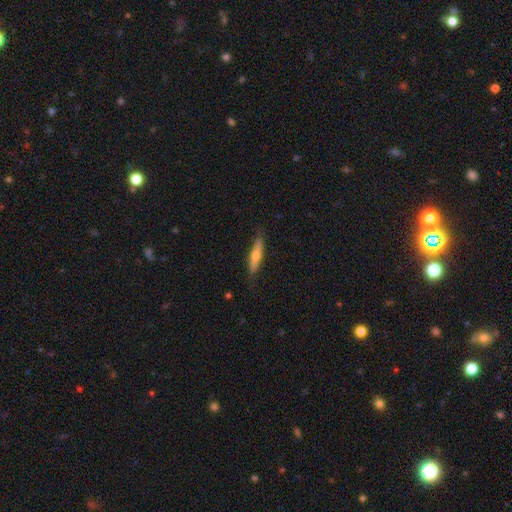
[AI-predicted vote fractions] featured or disk 53%, smooth 42%, star or artifact 6%. Down the decision tree: edge-on disk — yes (94%); merging — none (85%).